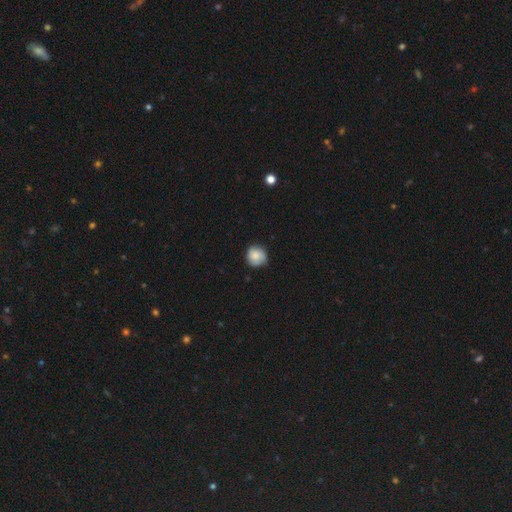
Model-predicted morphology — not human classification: This appears to be a smooth galaxy with no disk features (78%) that is round (90%). Merging: none (76%).